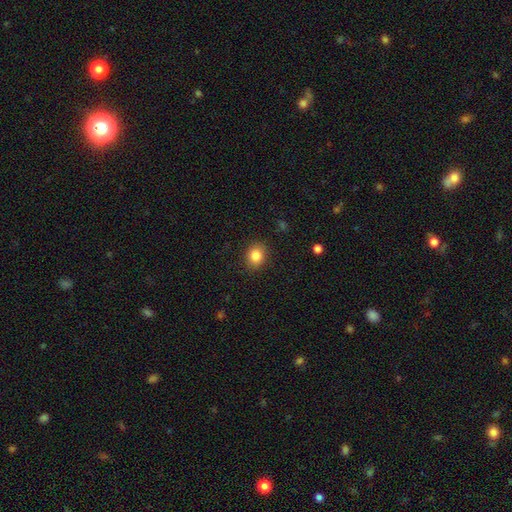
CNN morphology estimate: Smooth or featured: smooth — 84% (star or artifact — 10%)
How rounded: round — 67% (in between — 32%)
Merging: none — 88% (minor disturbance — 8%)